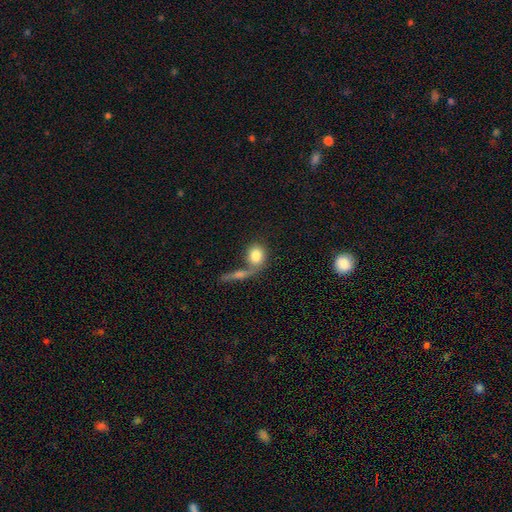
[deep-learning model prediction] smooth_or_featured: smooth (p=0.80) [alt: featured or disk p=0.12]
how_rounded: round (p=0.62) [alt: in between p=0.35]
merging: none (p=0.43) [alt: merger p=0.38]